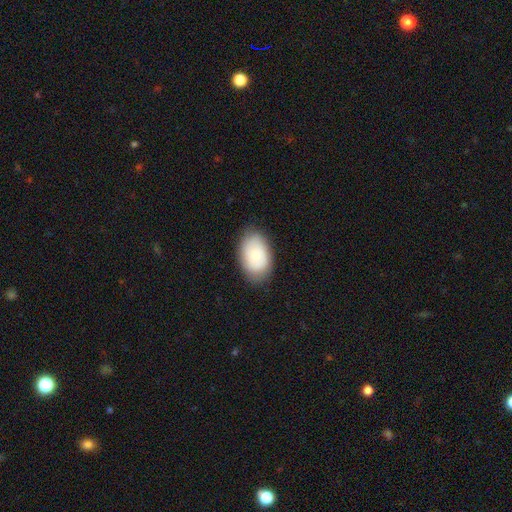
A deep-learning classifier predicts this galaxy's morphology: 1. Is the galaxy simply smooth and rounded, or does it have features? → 73% smooth, 20% featured or disk, 7% star or artifact.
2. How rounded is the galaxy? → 89% in between, 10% round, 1% cigar-shaped.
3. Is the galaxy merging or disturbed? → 78% none, 17% minor disturbance, 4% major disturbance, 1% merger.